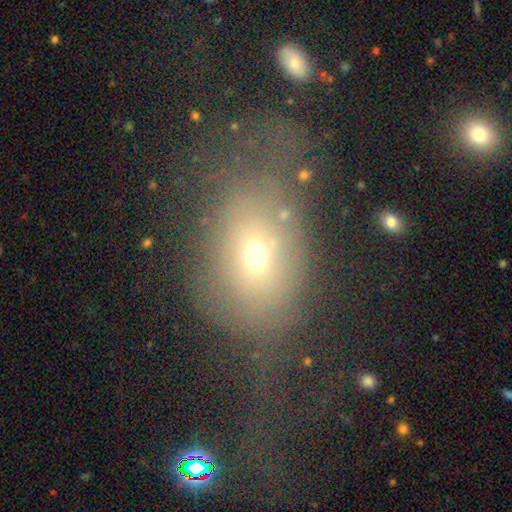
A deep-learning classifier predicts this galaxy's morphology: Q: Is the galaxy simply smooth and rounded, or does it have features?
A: smooth — 61%.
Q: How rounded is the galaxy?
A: in between — 58%.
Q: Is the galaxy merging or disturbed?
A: major disturbance — 42%.